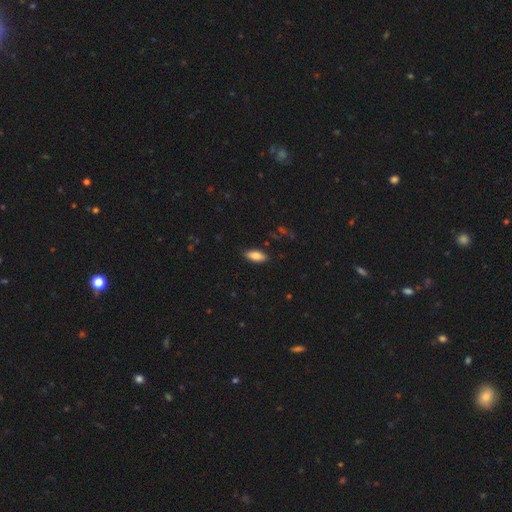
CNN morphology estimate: Q: Smooth or featured?
A: smooth (84%); runner-up: featured or disk (10%)
Q: How rounded?
A: in between (85%); runner-up: cigar-shaped (13%)
Q: Merging?
A: none (87%); runner-up: minor disturbance (10%)